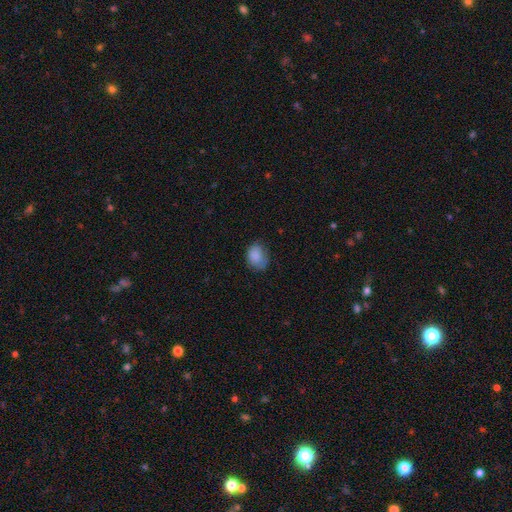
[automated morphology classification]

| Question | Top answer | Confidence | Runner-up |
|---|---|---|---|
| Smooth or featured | smooth | 84% | featured or disk (8%) |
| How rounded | in between | 64% | round (35%) |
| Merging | none | 59% | minor disturbance (30%) |